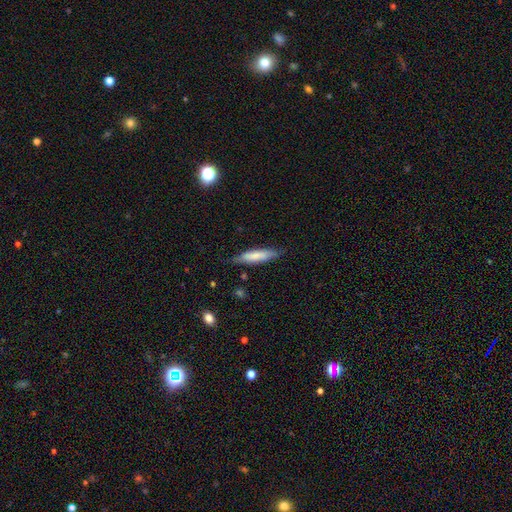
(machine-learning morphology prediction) smooth-or-featured: smooth: 73% | featured or disk: 21% | star or artifact: 6%
  how-rounded: cigar-shaped: 79% | in between: 20% | round: 1%
  merging: none: 79% | minor disturbance: 17% | major disturbance: 3% | merger: 1%